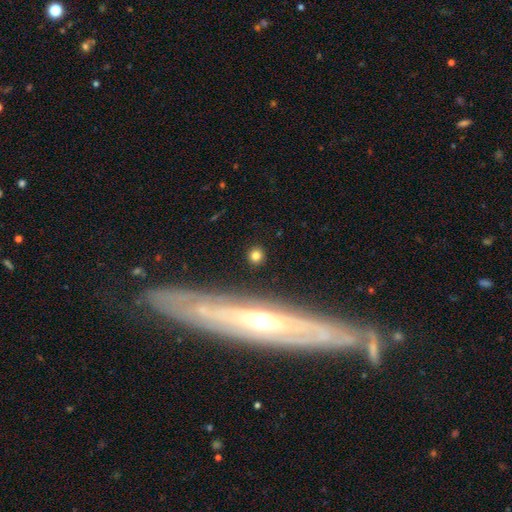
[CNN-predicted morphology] Q: Smooth or featured?
A: smooth (77%); runner-up: star or artifact (12%)
Q: How rounded?
A: round (81%); runner-up: in between (16%)
Q: Merging?
A: none (89%); runner-up: minor disturbance (7%)